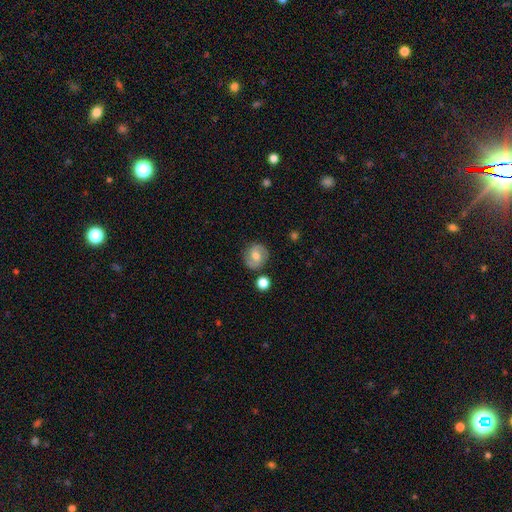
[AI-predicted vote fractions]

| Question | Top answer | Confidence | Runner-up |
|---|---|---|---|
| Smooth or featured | featured or disk | 62% | smooth (30%) |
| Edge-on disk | no | 97% | yes (3%) |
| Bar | weak | 48% | no (37%) |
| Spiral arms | yes | 89% | no (11%) |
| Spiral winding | medium | 49% | tight (30%) |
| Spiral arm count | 2 | 89% | can't tell (6%) |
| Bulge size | moderate | 68% | small (18%) |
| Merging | none | 83% | minor disturbance (11%) |